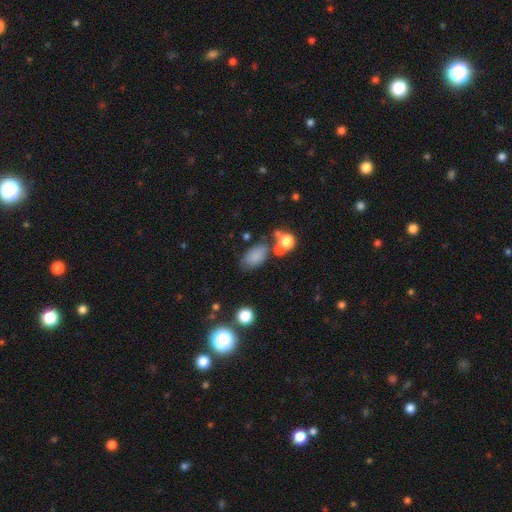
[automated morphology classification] This appears to be a smooth galaxy with no disk features (79%) that is in between round and cigar-shaped (89%). Merging: none (62%).